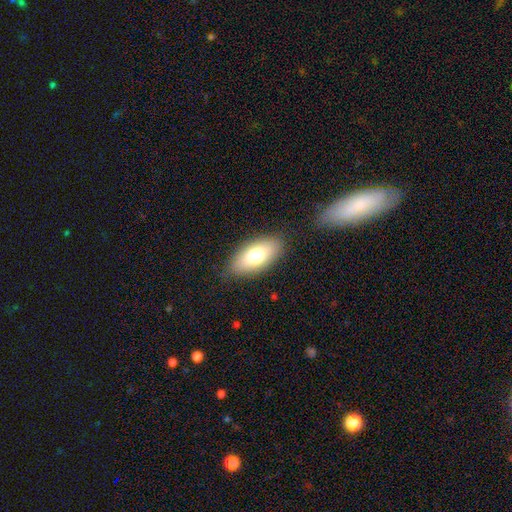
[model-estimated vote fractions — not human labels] This appears to be a smooth galaxy with no disk features (74%) that is in between round and cigar-shaped (89%). Merging: none (84%).